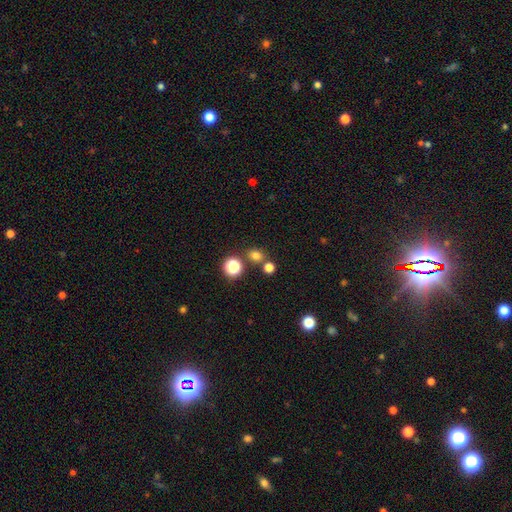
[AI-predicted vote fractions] Smooth or featured? Predicted: smooth (p=0.74). How rounded? Predicted: round (p=0.75). Merging? Predicted: none (p=0.72).